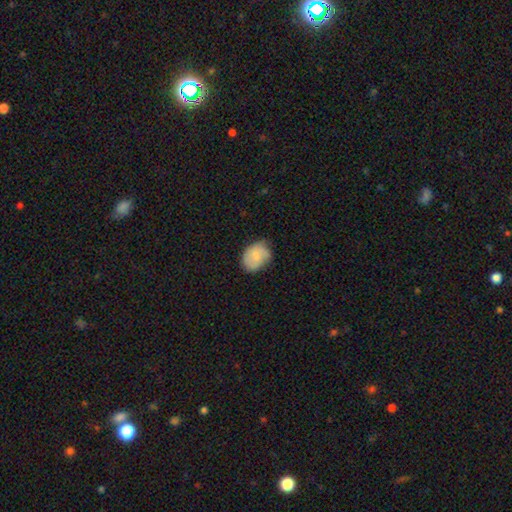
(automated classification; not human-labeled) The model was most divided on "how rounded": in between: 63%, round: 36%, cigar-shaped: 1%. More confident: smooth or featured — smooth (63%); merging — none (60%).